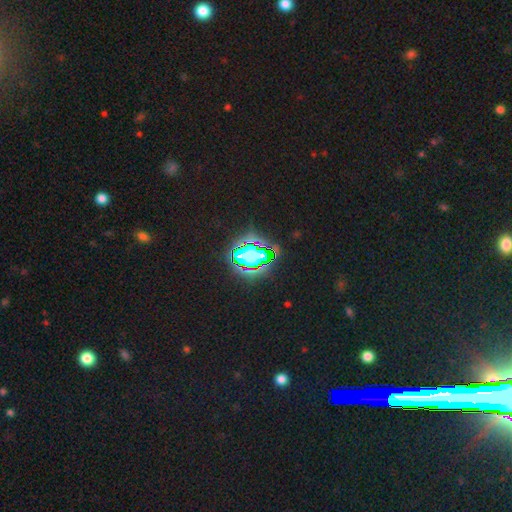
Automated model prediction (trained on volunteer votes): Overall: star or artifact (73%).